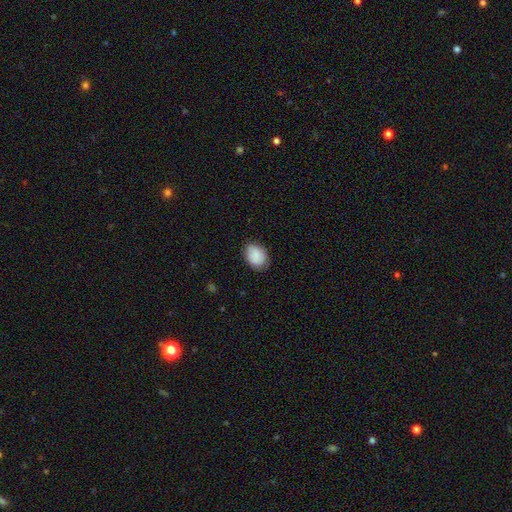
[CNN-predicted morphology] smooth 87%, star or artifact 7%, featured or disk 6%. Down the decision tree: how rounded — in between (72%); merging — none (79%).